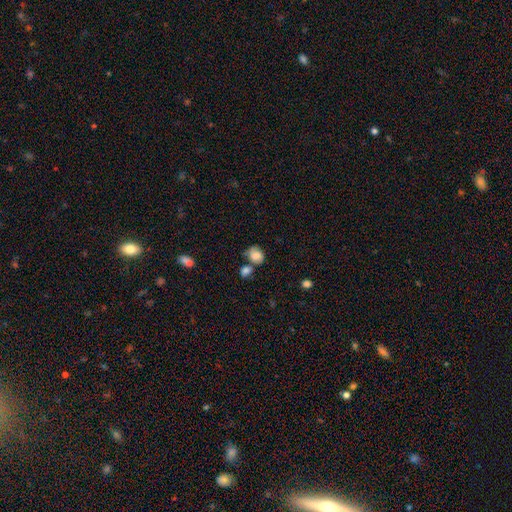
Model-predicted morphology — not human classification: smooth-or-featured: smooth: 77% | featured or disk: 14% | star or artifact: 9%
  how-rounded: in between: 53% | round: 46% | cigar-shaped: 1%
  merging: none: 45% | merger: 28% | minor disturbance: 20% | major disturbance: 8%